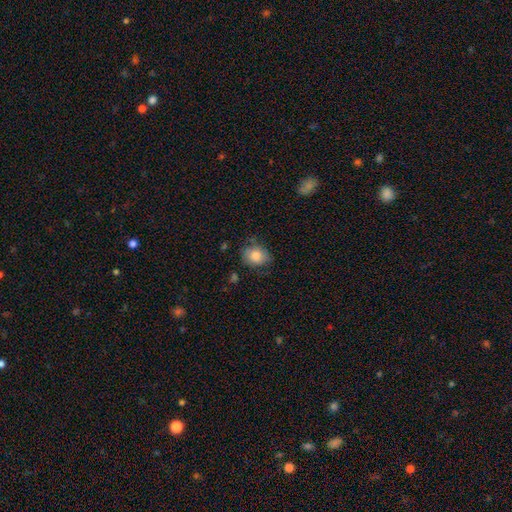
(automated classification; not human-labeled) Morphology: type=smooth (80%); roundness=round (57%); merging=none (70%).